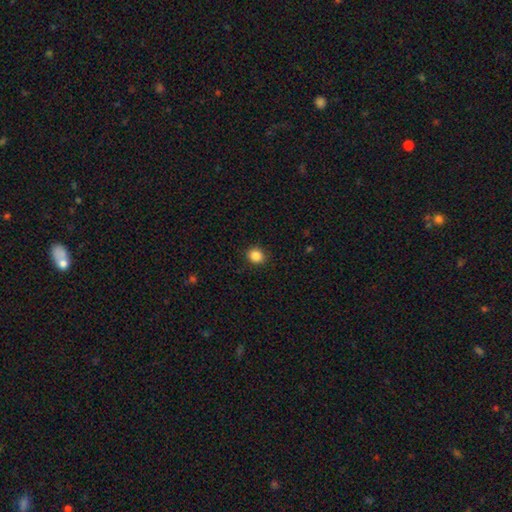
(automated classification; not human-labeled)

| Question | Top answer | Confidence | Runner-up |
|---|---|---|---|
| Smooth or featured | smooth | 87% | star or artifact (10%) |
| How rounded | round | 78% | in between (22%) |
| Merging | none | 90% | minor disturbance (6%) |